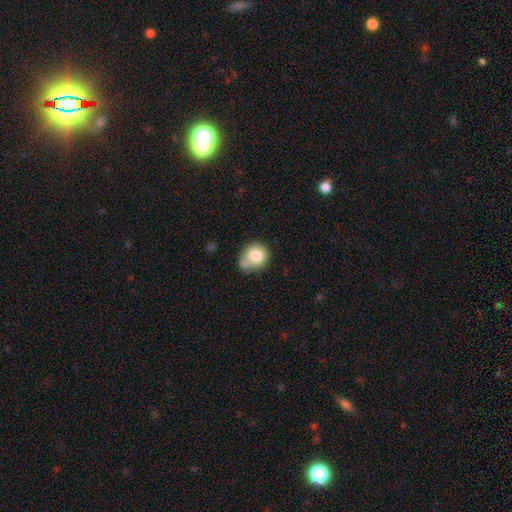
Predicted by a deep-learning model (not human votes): This is likely a smooth galaxy (79%). How rounded: likely round (75%). Merging: marginally none (43%).